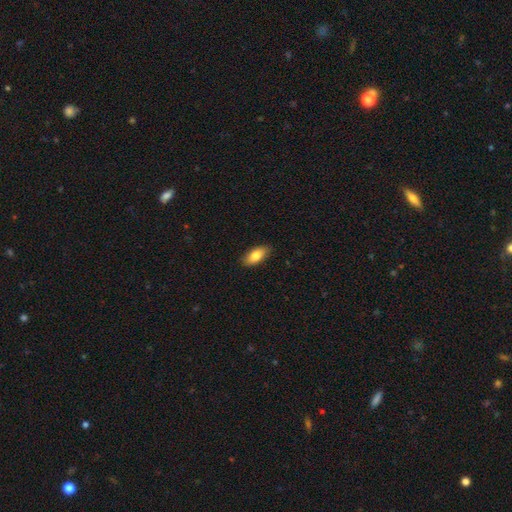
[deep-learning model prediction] smooth_or_featured: smooth (p=0.81) [alt: featured or disk p=0.13]
how_rounded: in between (p=0.88) [alt: cigar-shaped p=0.10]
merging: none (p=0.87) [alt: minor disturbance p=0.10]